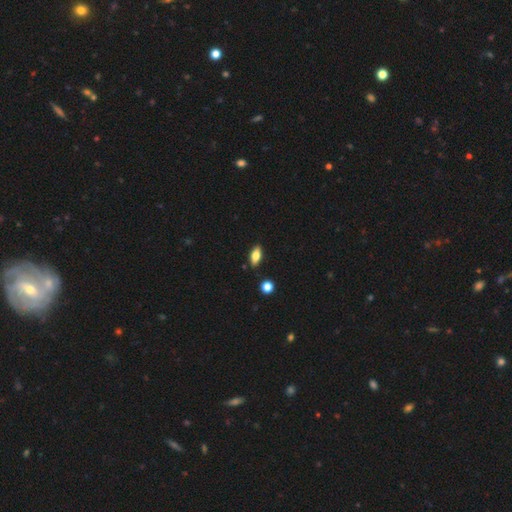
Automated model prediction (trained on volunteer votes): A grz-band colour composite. It shows a smooth galaxy with no disk features (73%) that is in between round and cigar-shaped (82%). Merging: none (87%).